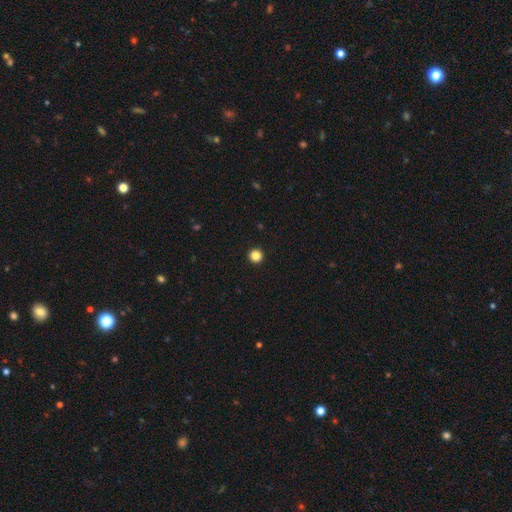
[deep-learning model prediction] A smooth galaxy with no disk features (85%) that is round (96%).

Vote fractions:
- Smooth or featured? smooth: 85% / star or artifact: 12% / featured or disk: 3%
- How rounded? round: 96% / in between: 3% / cigar-shaped: 1%
- Merging? none: 94% / minor disturbance: 3% / major disturbance: 1% / merger: 1%